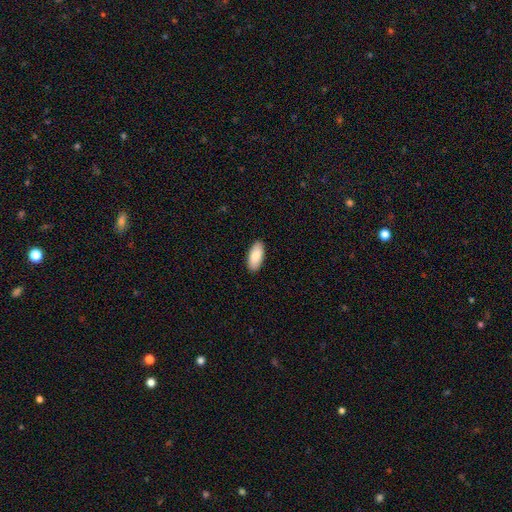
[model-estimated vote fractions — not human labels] smooth_or_featured: smooth (p=0.87) [alt: featured or disk p=0.07]
how_rounded: in between (p=0.91) [alt: cigar-shaped p=0.08]
merging: none (p=0.90) [alt: minor disturbance p=0.08]